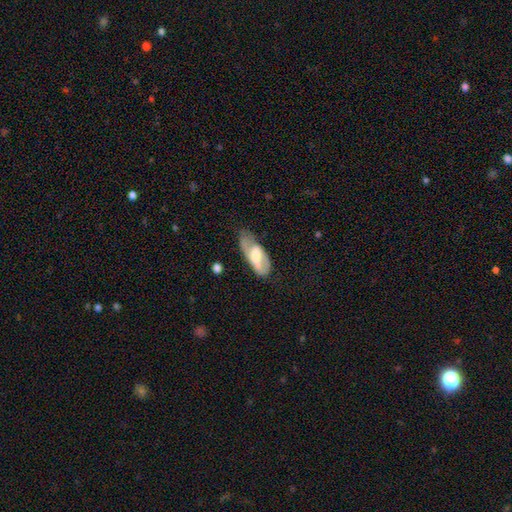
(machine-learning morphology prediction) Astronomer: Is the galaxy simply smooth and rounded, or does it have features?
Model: featured or disk — 53% (runner-up: smooth, 41%).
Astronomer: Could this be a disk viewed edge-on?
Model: no — 85%.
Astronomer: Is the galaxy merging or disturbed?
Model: none — 44% (runner-up: minor disturbance, 34%).